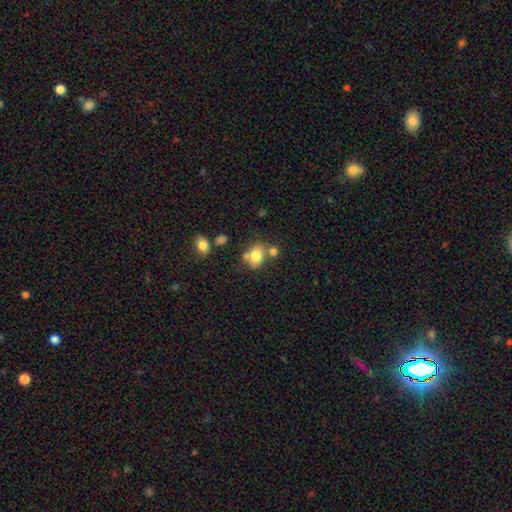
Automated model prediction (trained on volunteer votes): smooth 78%, featured or disk 12%, star or artifact 10%. Down the decision tree: how rounded — in between (62%); merging — none (51%).